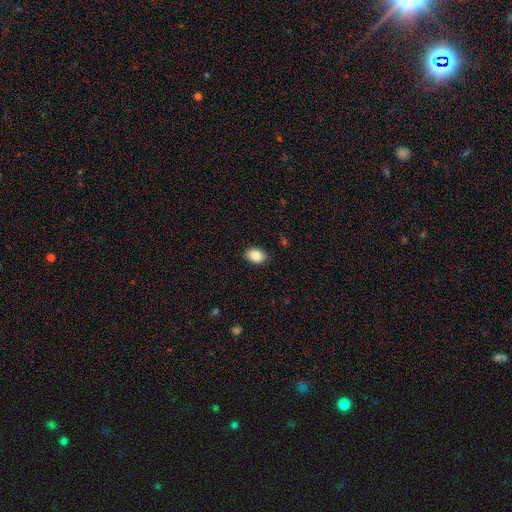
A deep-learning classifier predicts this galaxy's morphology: This appears to be a smooth galaxy with no disk features (86%) that is in between round and cigar-shaped (78%). Merging: none (89%).